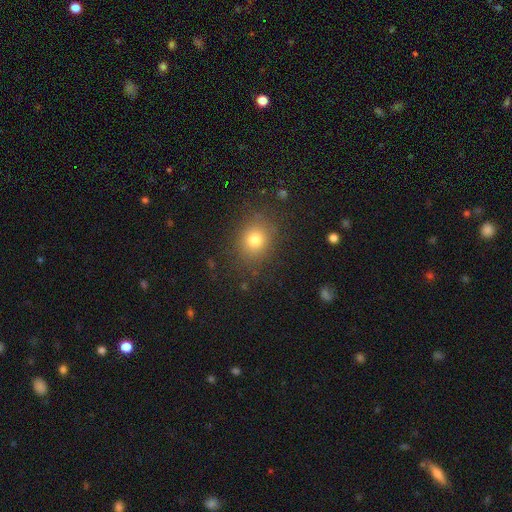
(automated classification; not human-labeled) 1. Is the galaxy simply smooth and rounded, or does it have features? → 72% smooth, 20% star or artifact, 7% featured or disk.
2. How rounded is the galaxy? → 67% round, 32% in between, 1% cigar-shaped.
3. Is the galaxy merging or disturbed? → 89% none, 8% minor disturbance, 3% major disturbance, 1% merger.